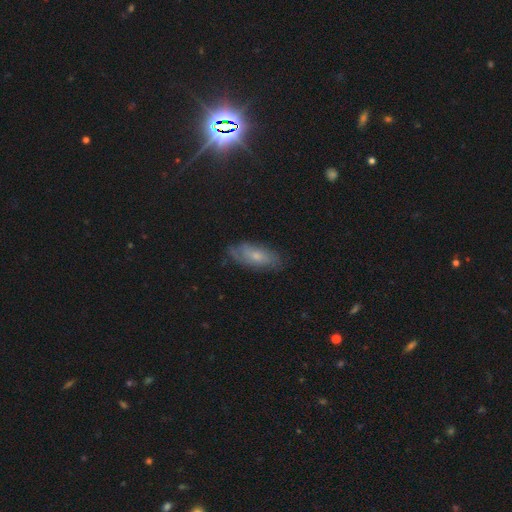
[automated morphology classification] A smooth galaxy with no disk features (48%). Merging: none (71%).